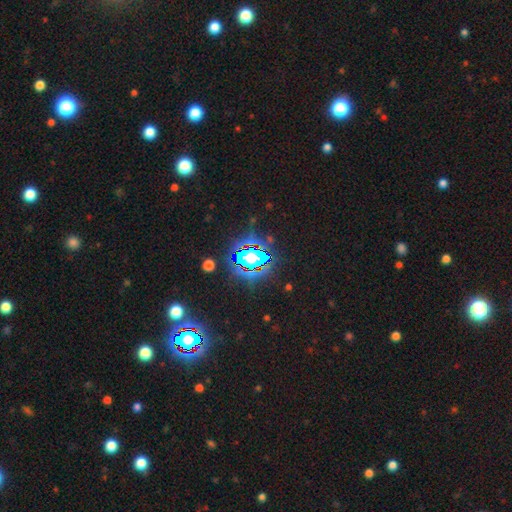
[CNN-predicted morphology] This appears to be a star or artifact, not a galaxy (76%).